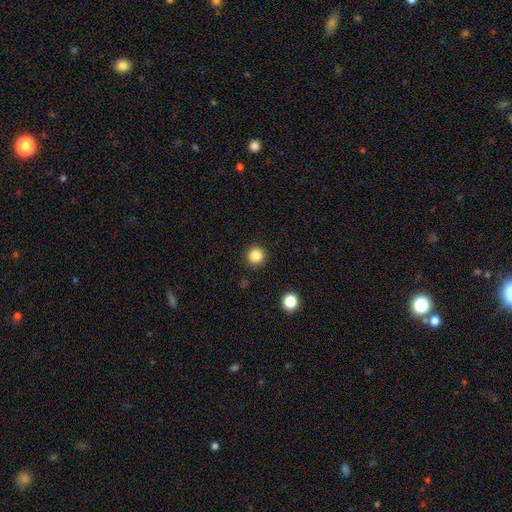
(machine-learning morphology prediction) Overall: smooth (86%). How rounded: round (95%). Merging: none (92%).